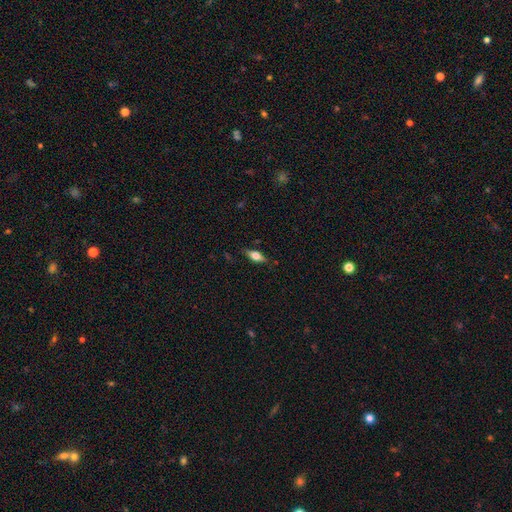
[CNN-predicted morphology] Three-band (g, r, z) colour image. It shows a smooth galaxy with no disk features (54%) that is in between round and cigar-shaped (71%). Merging: none (81%).